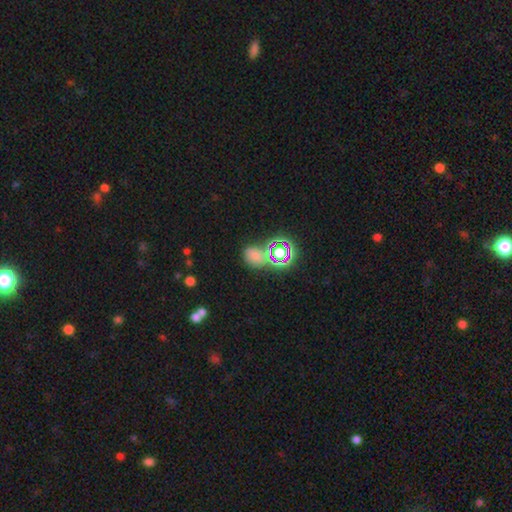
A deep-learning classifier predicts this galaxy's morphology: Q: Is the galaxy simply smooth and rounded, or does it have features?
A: smooth — 53%.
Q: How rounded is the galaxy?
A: in between — 56%.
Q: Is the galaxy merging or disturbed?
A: none — 53%.